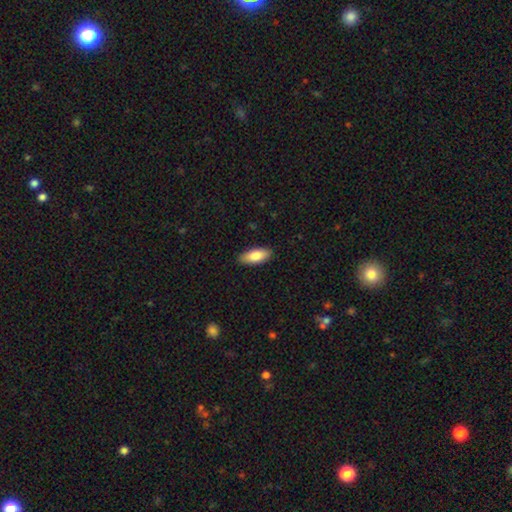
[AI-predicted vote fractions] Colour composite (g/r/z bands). It shows a smooth galaxy with no disk features (82%) that is in between round and cigar-shaped (83%). Merging: none (88%).